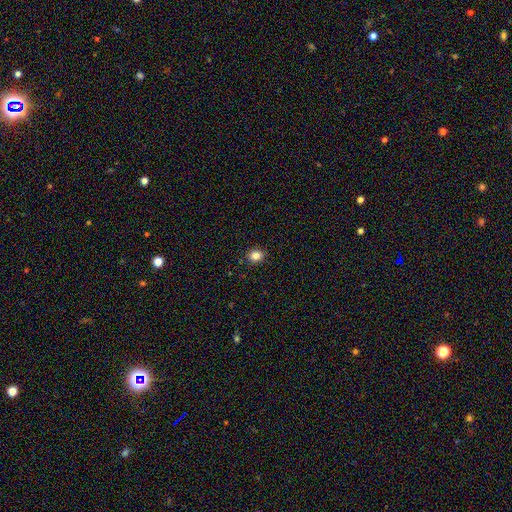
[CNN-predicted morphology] smooth-or-featured: smooth: 84% | star or artifact: 11% | featured or disk: 5%
  how-rounded: round: 58% | in between: 41% | cigar-shaped: 1%
  merging: none: 90% | minor disturbance: 7% | major disturbance: 2% | merger: 1%